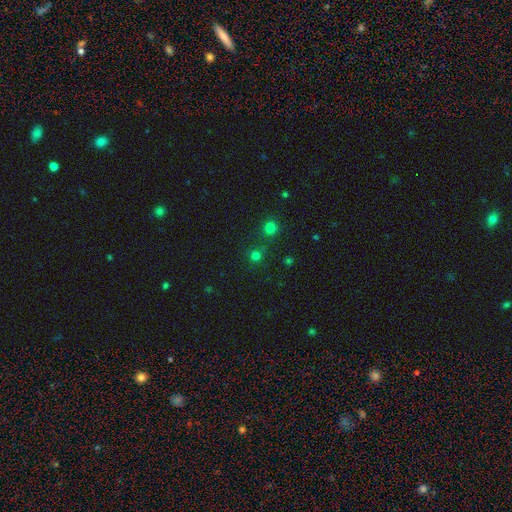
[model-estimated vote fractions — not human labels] A smooth galaxy with no disk features (69%) that is round (93%). Merging: none (77%).